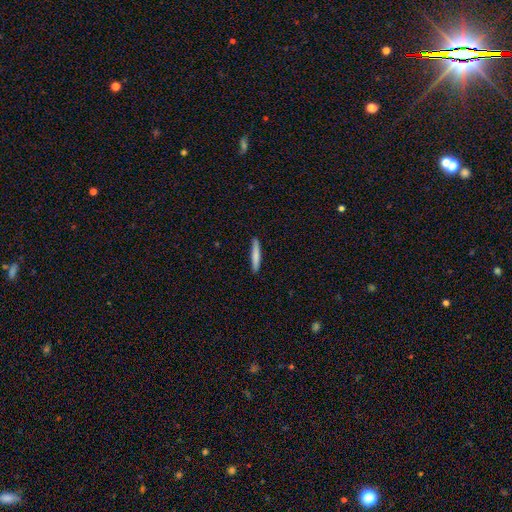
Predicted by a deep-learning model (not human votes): A smooth galaxy with no disk features (78%) that is cigar-shaped (93%).

Vote fractions:
- Smooth or featured? smooth: 78% / featured or disk: 16% / star or artifact: 5%
- How rounded? cigar-shaped: 93% / in between: 5% / round: 1%
- Merging? none: 89% / minor disturbance: 8% / major disturbance: 2% / merger: 1%